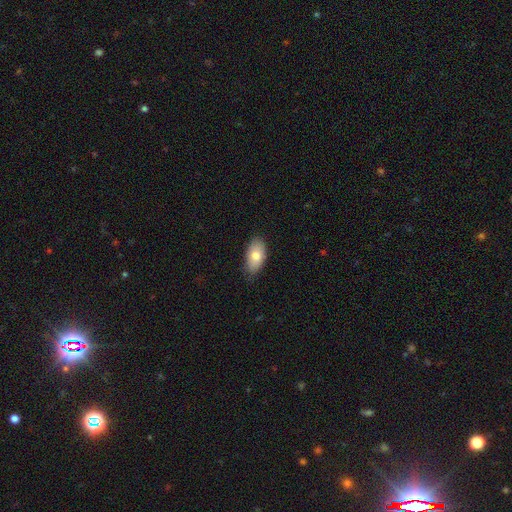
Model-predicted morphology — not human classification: type=smooth (77%); roundness=in between (93%); merging=none (81%).